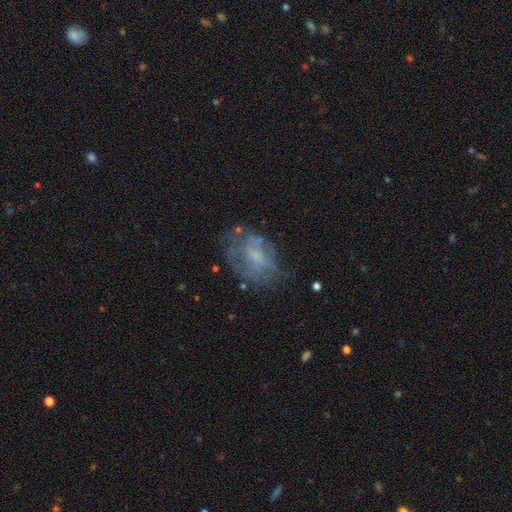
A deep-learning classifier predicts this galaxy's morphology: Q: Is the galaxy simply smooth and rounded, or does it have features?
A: featured or disk — 51%.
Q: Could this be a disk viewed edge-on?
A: no — 96%.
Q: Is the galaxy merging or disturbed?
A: none — 56%.